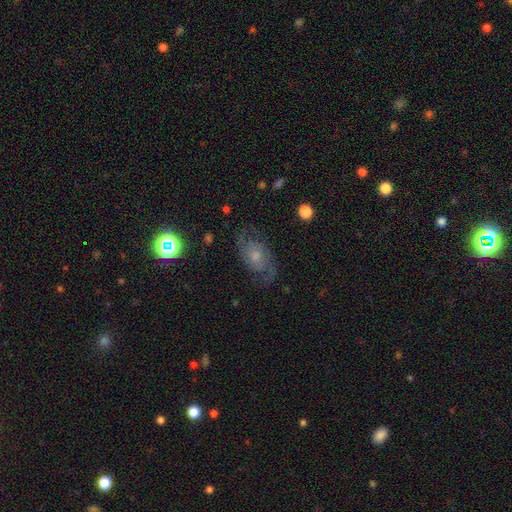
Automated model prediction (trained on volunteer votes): smooth_or_featured: featured or disk (p=0.77) [alt: smooth p=0.12]
disk_edge_on: no (p=0.97) [alt: yes p=0.03]
bar: no (p=0.66) [alt: weak p=0.29]
has_spiral_arms: yes (p=0.95) [alt: no p=0.05]
spiral_winding: medium (p=0.52) [alt: tight p=0.25]
spiral_arm_count: 2 (p=0.85) [alt: can't tell p=0.07]
bulge_size: moderate (p=0.47) [alt: small p=0.39]
merging: none (p=0.74) [alt: minor disturbance p=0.16]